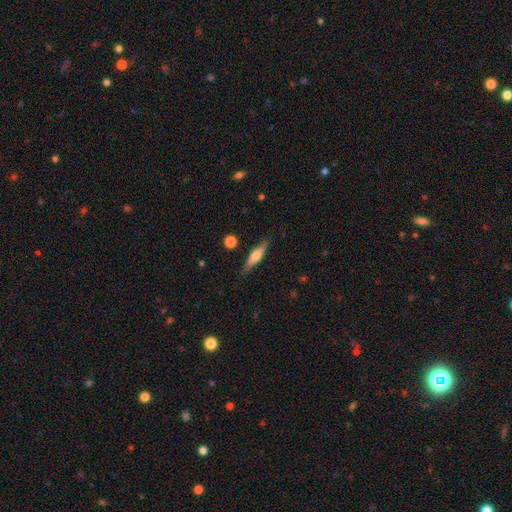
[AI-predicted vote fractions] Smooth or featured?
  - featured or disk: 51% *
  - smooth: 43%
  - star or artifact: 6%
Edge-on disk?
  - yes: 93% *
  - no: 7%
Merging?
  - none: 85% *
  - minor disturbance: 11%
  - major disturbance: 2%
  - merger: 2%